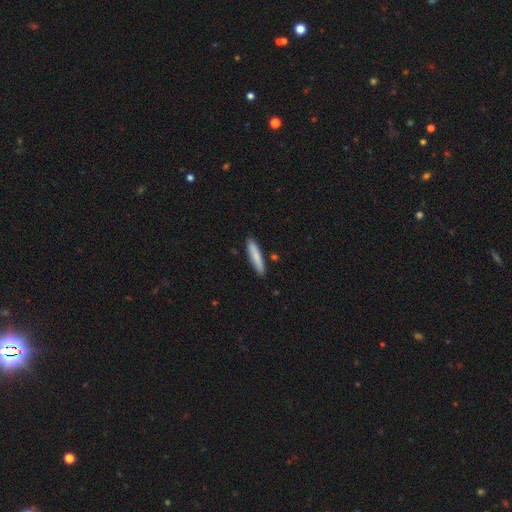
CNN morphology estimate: smooth_or_featured: smooth (p=0.80) [alt: featured or disk p=0.14]
how_rounded: cigar-shaped (p=0.89) [alt: in between p=0.10]
merging: none (p=0.88) [alt: minor disturbance p=0.09]